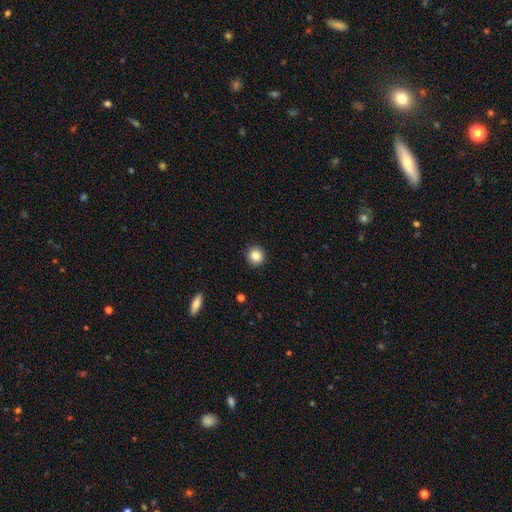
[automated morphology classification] A smooth galaxy with no disk features (84%) that is round (92%). Merging: none (93%).